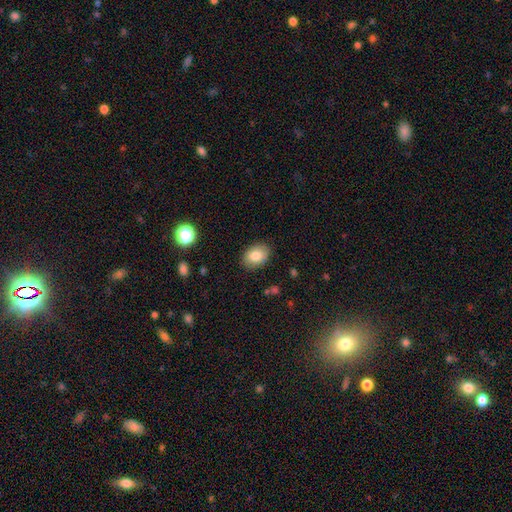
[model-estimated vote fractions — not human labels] smooth_or_featured: smooth (p=0.82) [alt: featured or disk p=0.10]
how_rounded: in between (p=0.77) [alt: round p=0.22]
merging: none (p=0.86) [alt: minor disturbance p=0.10]